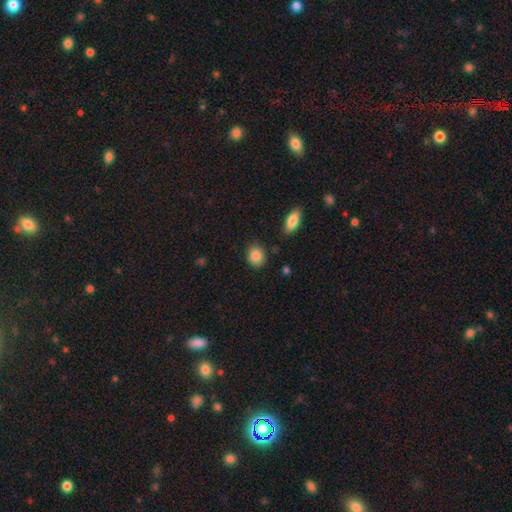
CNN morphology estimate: Q: Smooth or featured?
A: smooth (86%); runner-up: star or artifact (8%)
Q: How rounded?
A: round (57%); runner-up: in between (42%)
Q: Merging?
A: none (82%); runner-up: minor disturbance (12%)